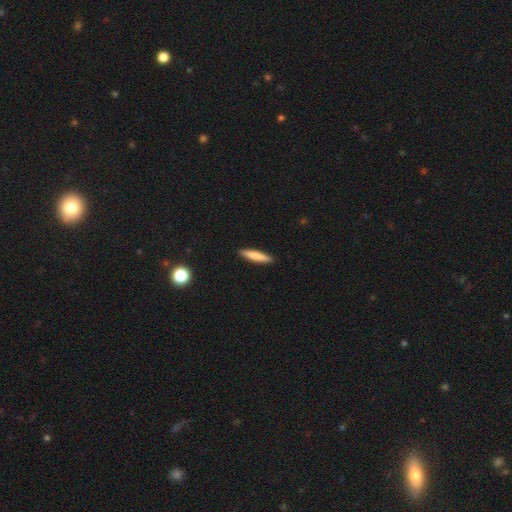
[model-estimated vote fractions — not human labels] Smooth or featured?
  - smooth: 79% *
  - featured or disk: 15%
  - star or artifact: 6%
How rounded?
  - cigar-shaped: 88% *
  - in between: 11%
  - round: 1%
Merging?
  - none: 92% *
  - minor disturbance: 6%
  - major disturbance: 1%
  - merger: 1%